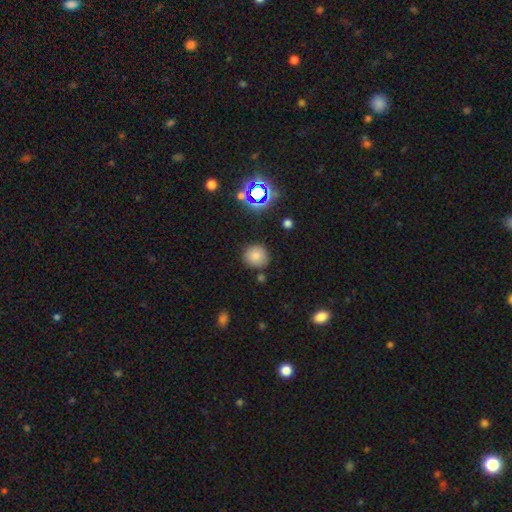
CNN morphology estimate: The model was most divided on "smooth or featured": smooth: 78%, star or artifact: 15%, featured or disk: 7%. More confident: how rounded — round (89%); merging — none (84%).